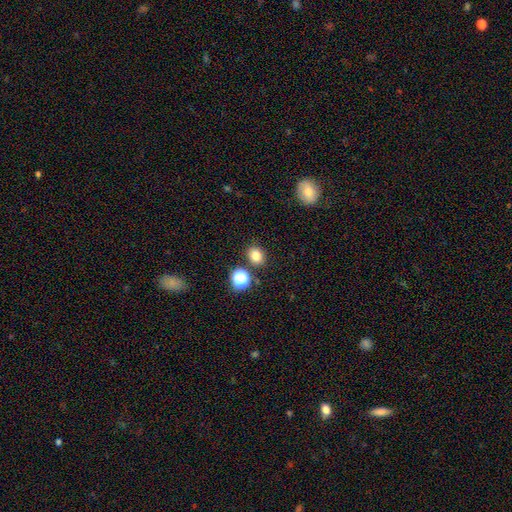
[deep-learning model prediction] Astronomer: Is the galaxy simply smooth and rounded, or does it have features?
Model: smooth — 79%.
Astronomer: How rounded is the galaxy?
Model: round — 56% (runner-up: in between, 43%).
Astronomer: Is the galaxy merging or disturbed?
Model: none — 81%.